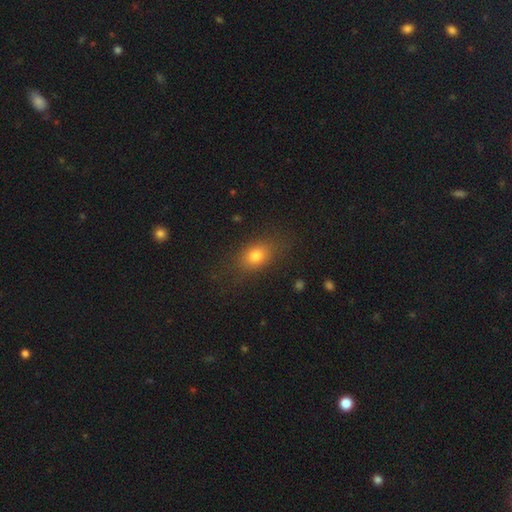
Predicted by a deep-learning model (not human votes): smooth-or-featured: smooth: 76% | star or artifact: 12% | featured or disk: 11%
  how-rounded: in between: 67% | round: 28% | cigar-shaped: 5%
  merging: none: 78% | minor disturbance: 14% | major disturbance: 6% | merger: 1%